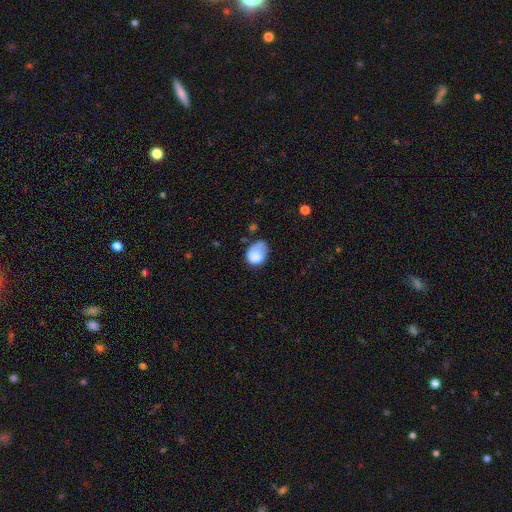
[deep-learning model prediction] smooth_or_featured: smooth (p=0.78) [alt: featured or disk p=0.14]
how_rounded: in between (p=0.68) [alt: round p=0.31]
merging: minor disturbance (p=0.37) [alt: none p=0.32]